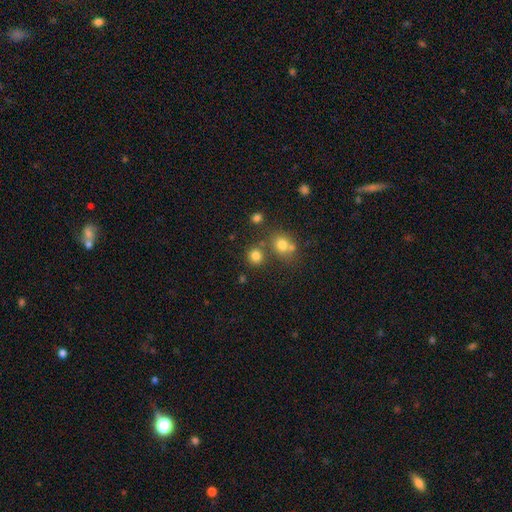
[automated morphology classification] Smooth or featured? Predicted: smooth (p=0.78). How rounded? Predicted: round (p=0.87). Merging? Predicted: none (p=0.72).